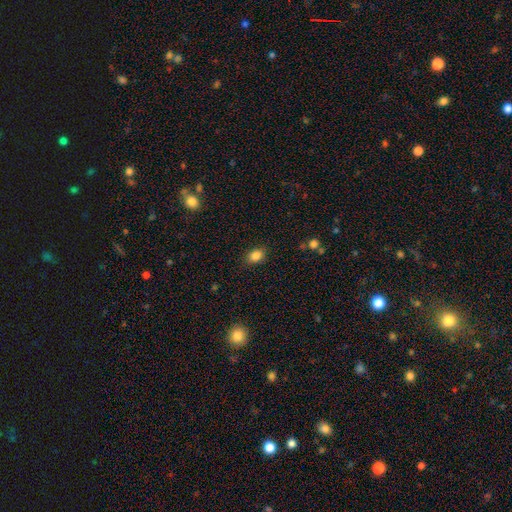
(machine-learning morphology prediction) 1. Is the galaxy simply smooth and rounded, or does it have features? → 85% smooth, 10% star or artifact, 5% featured or disk.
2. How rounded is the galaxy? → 72% in between, 27% round, 1% cigar-shaped.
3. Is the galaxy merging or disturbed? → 85% none, 11% minor disturbance, 3% major disturbance, 1% merger.